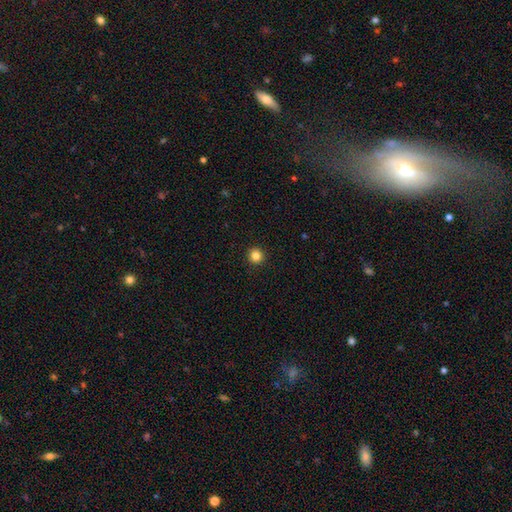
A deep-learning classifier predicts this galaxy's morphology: smooth_or_featured: smooth (p=0.84) [alt: star or artifact p=0.12]
how_rounded: round (p=0.96) [alt: in between p=0.03]
merging: none (p=0.94) [alt: minor disturbance p=0.04]